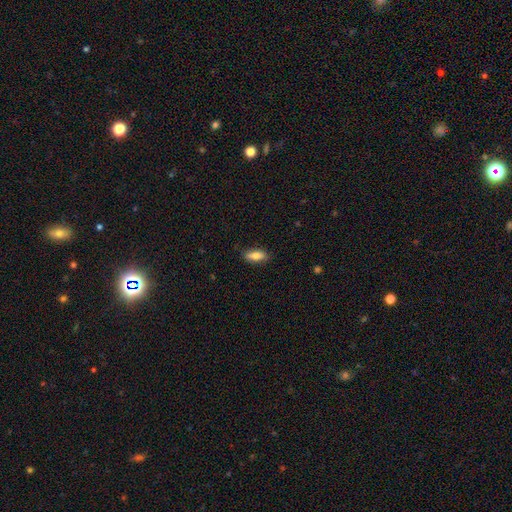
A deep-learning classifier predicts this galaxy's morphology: A smooth galaxy with no disk features (80%) that is in between round and cigar-shaped (76%).

Vote fractions:
- Smooth or featured? smooth: 80% / featured or disk: 13% / star or artifact: 7%
- How rounded? in between: 76% / cigar-shaped: 22% / round: 2%
- Merging? none: 85% / minor disturbance: 11% / major disturbance: 2% / merger: 1%